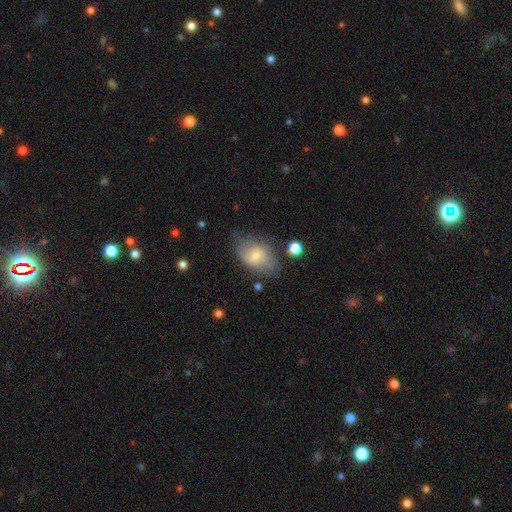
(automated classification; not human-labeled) smooth_or_featured: smooth (p=0.64) [alt: featured or disk p=0.28]
how_rounded: in between (p=0.84) [alt: round p=0.15]
merging: none (p=0.56) [alt: minor disturbance p=0.28]